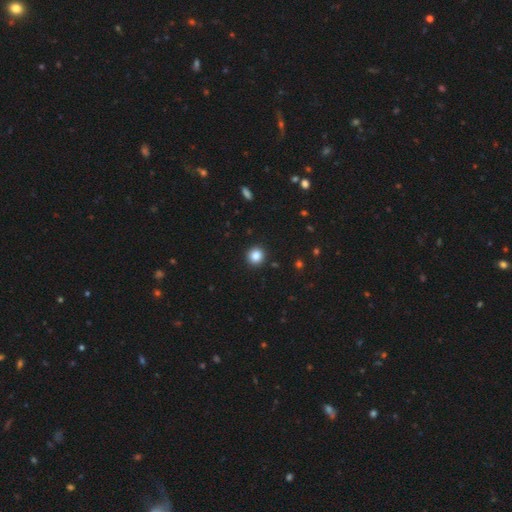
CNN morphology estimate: Q: Smooth or featured?
A: smooth (86%); runner-up: star or artifact (11%)
Q: How rounded?
A: round (89%); runner-up: in between (10%)
Q: Merging?
A: none (92%); runner-up: minor disturbance (5%)